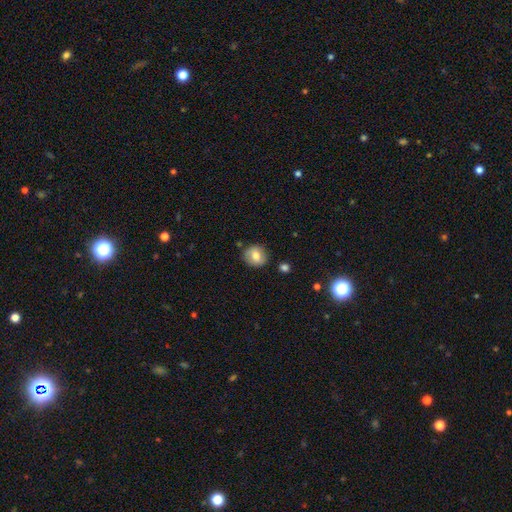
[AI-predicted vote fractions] smooth 74%, featured or disk 18%, star or artifact 9%. Down the decision tree: how rounded — round (79%); merging — none (81%).